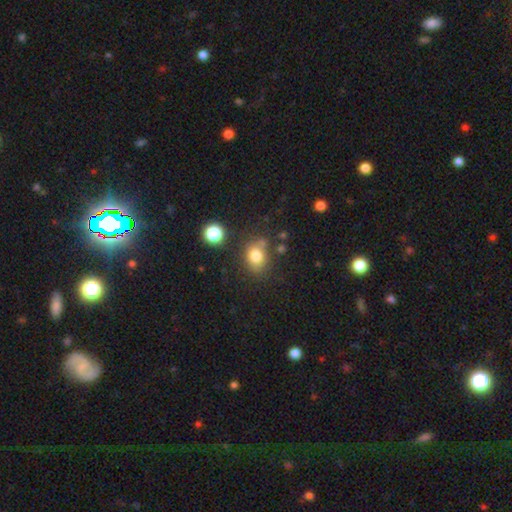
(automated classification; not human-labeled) Morphology: type=smooth (79%); roundness=round (50%); merging=none (69%).